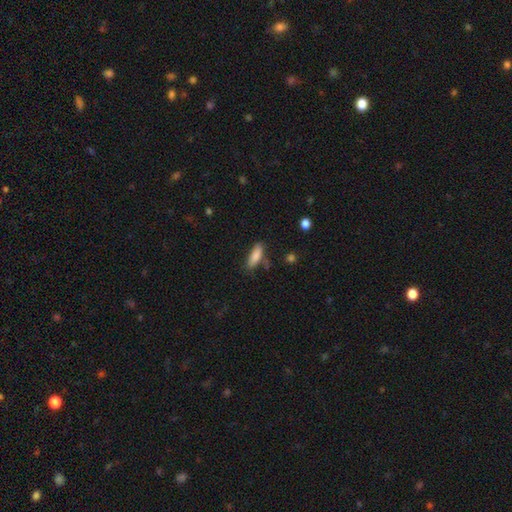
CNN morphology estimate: Smooth or featured? smooth (84%)
How rounded? in between (56%)
Merging? none (72%)